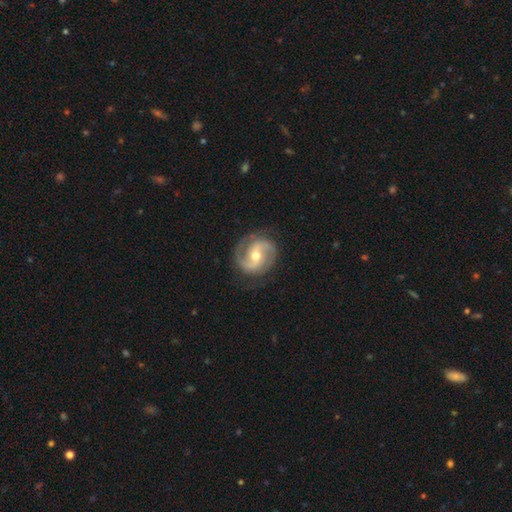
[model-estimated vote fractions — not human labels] Q: Smooth or featured?
A: featured or disk (89%); runner-up: smooth (7%)
Q: Edge-on disk?
A: no (98%); runner-up: yes (2%)
Q: Bar?
A: weak (43%); runner-up: no (36%)
Q: Spiral arms?
A: yes (97%); runner-up: no (3%)
Q: Spiral winding?
A: medium (53%); runner-up: tight (31%)
Q: Spiral arm count?
A: 2 (92%); runner-up: can't tell (3%)
Q: Bulge size?
A: moderate (67%); runner-up: small (29%)
Q: Merging?
A: none (83%); runner-up: minor disturbance (12%)